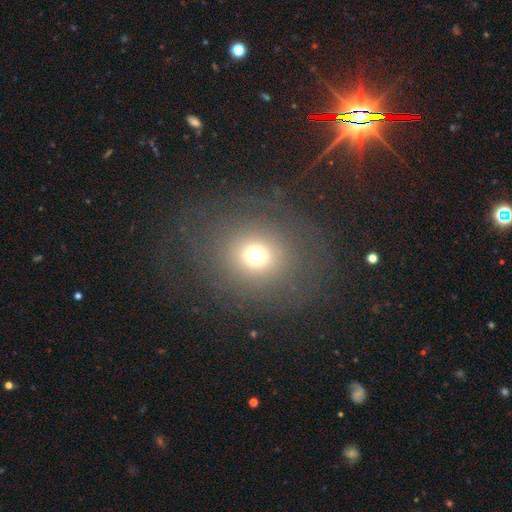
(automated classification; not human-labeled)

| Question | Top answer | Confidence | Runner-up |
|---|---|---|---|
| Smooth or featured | smooth | 65% | star or artifact (20%) |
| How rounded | round | 85% | in between (14%) |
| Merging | none | 78% | major disturbance (11%) |